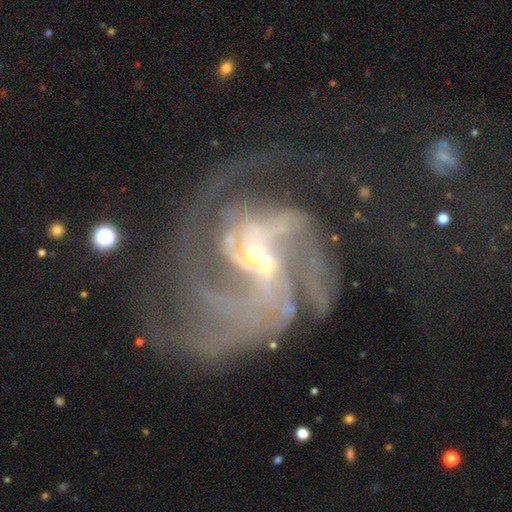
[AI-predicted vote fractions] Overall: featured or disk (87%). Edge-on disk: no (98%). Bar: no (45%; weak 33%). Spiral arms: yes (93%). Spiral arm count: 2 (29%; 3 28%). Spiral winding: medium (50%; loose 28%). Bulge size: small (62%; moderate 28%). Merging: major disturbance (39%; none 29%).